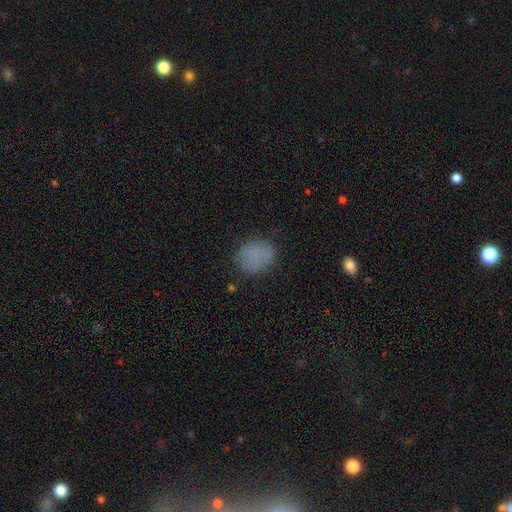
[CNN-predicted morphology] Overall: smooth (80%). How rounded: round (52%; in between 47%). Merging: none (77%).